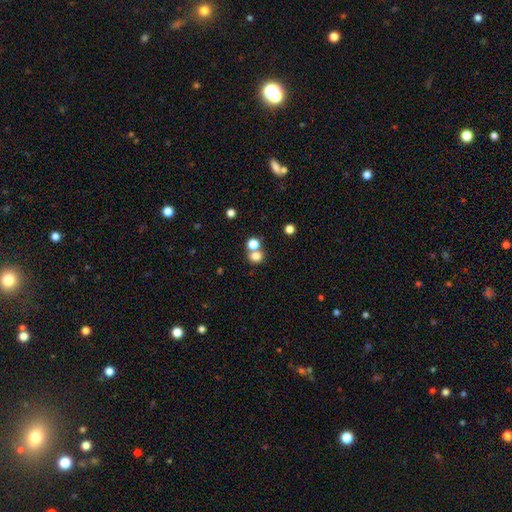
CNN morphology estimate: A smooth galaxy with no disk features (77%) that is round (78%). Merging: none (54%).